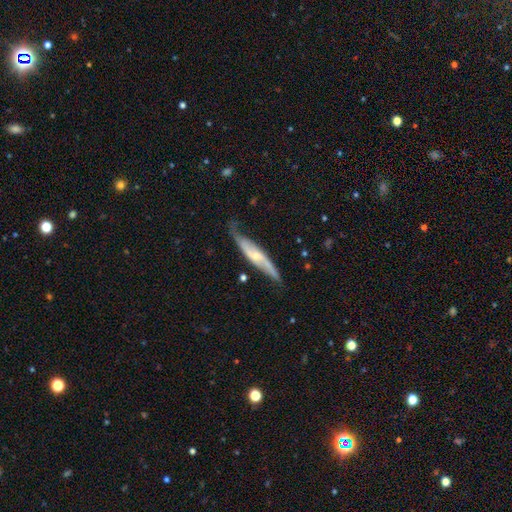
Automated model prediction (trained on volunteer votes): Q: Smooth or featured?
A: featured or disk (75%); runner-up: smooth (20%)
Q: Edge-on disk?
A: no (56%); runner-up: yes (44%)
Q: Merging?
A: none (62%); runner-up: minor disturbance (27%)